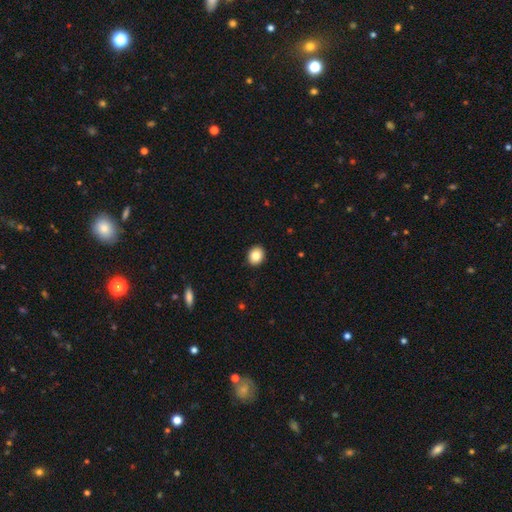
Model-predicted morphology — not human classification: smooth 83%, star or artifact 9%, featured or disk 8%. Down the decision tree: how rounded — round (65%); merging — none (92%).